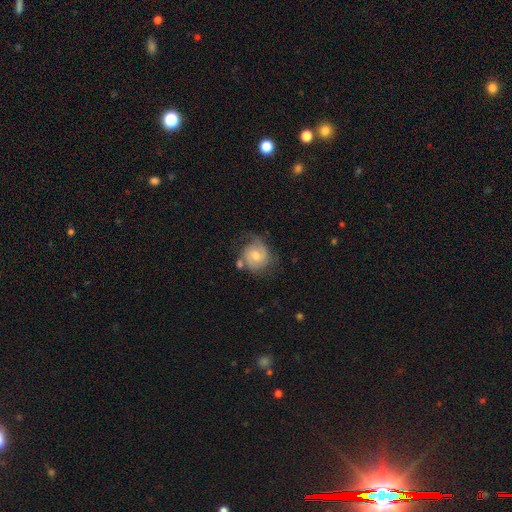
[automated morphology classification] Smooth or featured? featured or disk (61%)
Edge-on disk? no (97%)
Bar? no (63%)
Spiral arms? yes (86%)
Spiral winding? tight (47%)
Spiral arm count? 2 (59%)
Bulge size? moderate (65%)
Merging? none (54%)